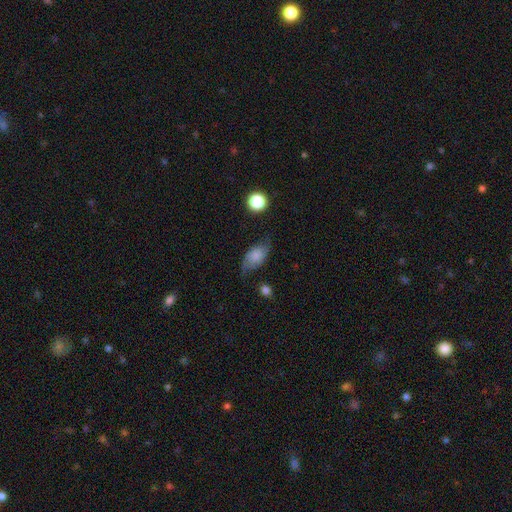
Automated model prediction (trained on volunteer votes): smooth_or_featured: smooth (p=0.61) [alt: featured or disk p=0.30]
how_rounded: in between (p=0.88) [alt: round p=0.08]
merging: none (p=0.57) [alt: minor disturbance p=0.30]